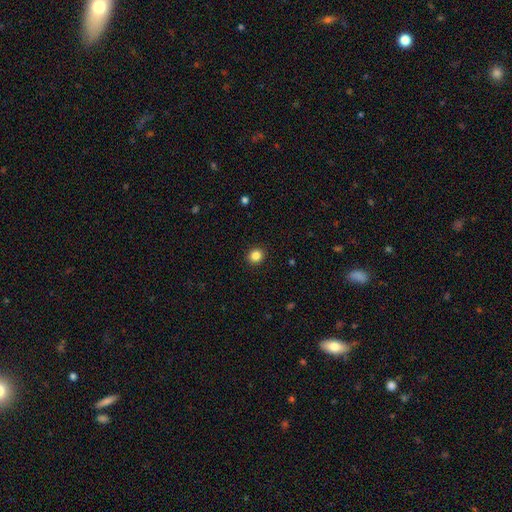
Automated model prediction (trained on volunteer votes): This is clearly a smooth galaxy (85%). How rounded: clearly round (85%). Merging: clearly none (92%).